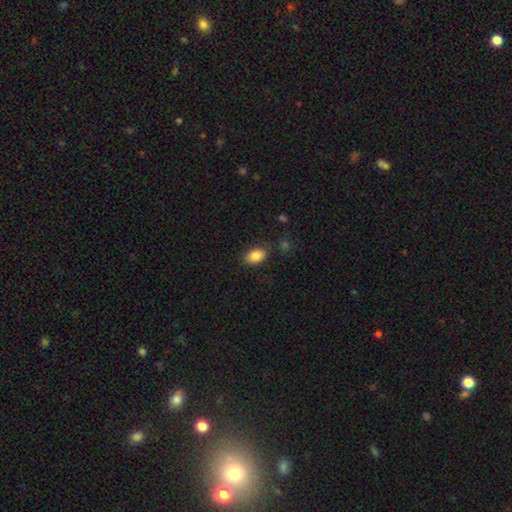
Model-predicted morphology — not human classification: Q: Smooth or featured?
A: smooth (86%); runner-up: star or artifact (8%)
Q: How rounded?
A: in between (87%); runner-up: round (12%)
Q: Merging?
A: none (83%); runner-up: minor disturbance (11%)